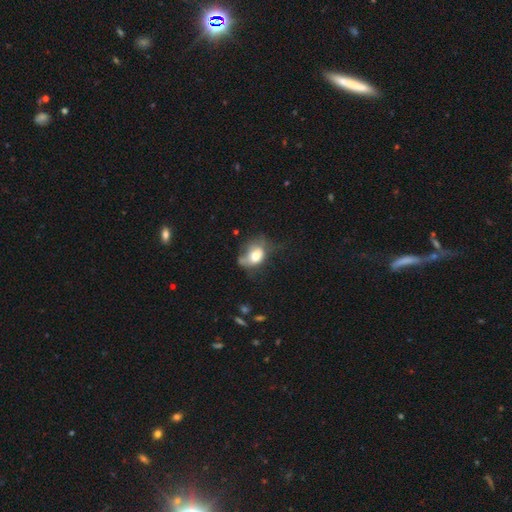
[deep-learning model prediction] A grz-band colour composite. It shows a smooth galaxy with no disk features (69%) that is in between round and cigar-shaped (71%). Merging: minor disturbance (33%).